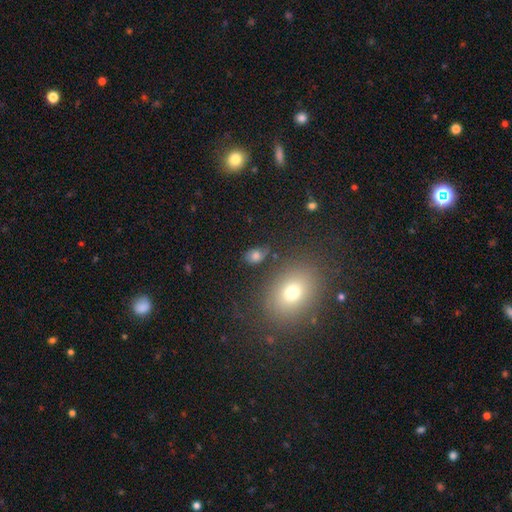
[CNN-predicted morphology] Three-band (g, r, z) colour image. It shows a smooth galaxy with no disk features (74%) that is in between round and cigar-shaped (70%). Merging: none (67%).